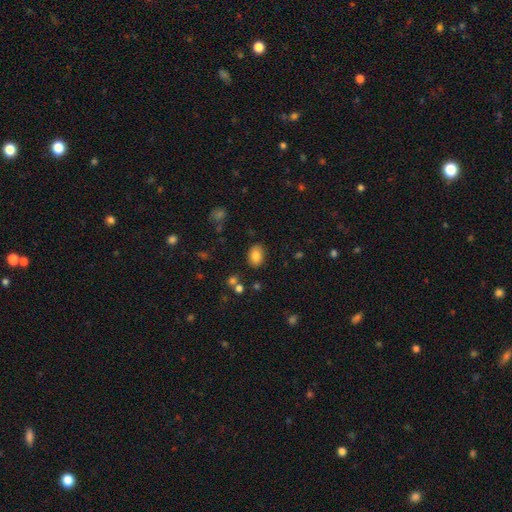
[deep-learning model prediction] Q: Smooth or featured?
A: smooth (83%); runner-up: star or artifact (9%)
Q: How rounded?
A: in between (77%); runner-up: round (22%)
Q: Merging?
A: none (84%); runner-up: minor disturbance (11%)